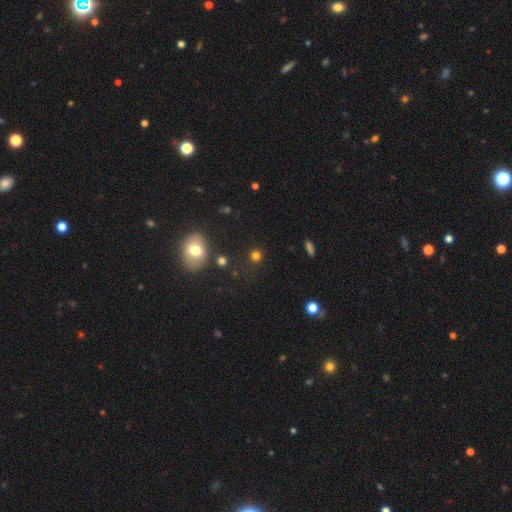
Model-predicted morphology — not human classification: smooth-or-featured: smooth: 75% | star or artifact: 19% | featured or disk: 6%
  how-rounded: round: 87% | in between: 12% | cigar-shaped: 1%
  merging: none: 80% | minor disturbance: 10% | merger: 6% | major disturbance: 5%